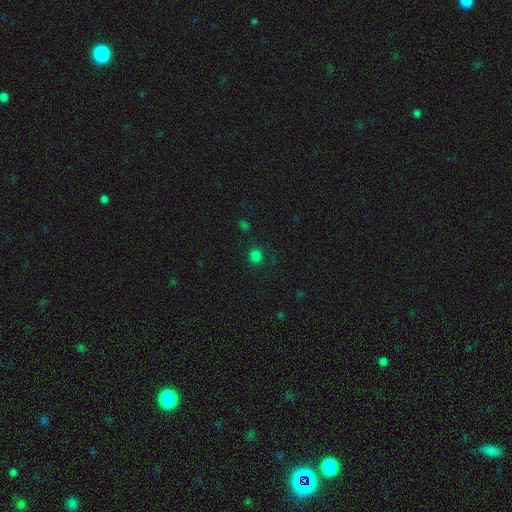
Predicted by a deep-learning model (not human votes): A smooth galaxy with no disk features (79%) that is round (86%).

Vote fractions:
- Smooth or featured? smooth: 79% / star or artifact: 17% / featured or disk: 3%
- How rounded? round: 86% / in between: 13% / cigar-shaped: 1%
- Merging? none: 86% / minor disturbance: 9% / major disturbance: 3% / merger: 2%